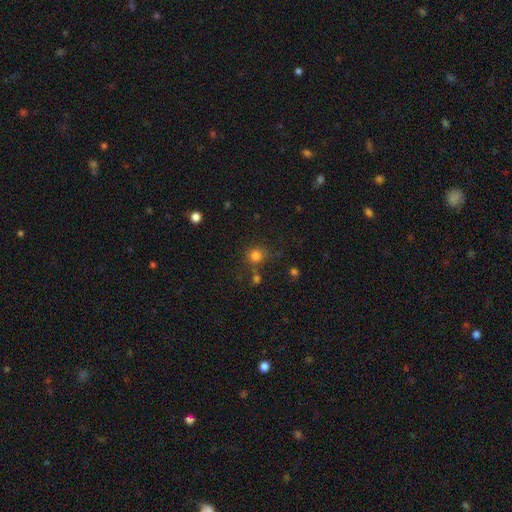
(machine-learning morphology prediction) type=smooth (80%); roundness=round (88%); merging=none (72%).